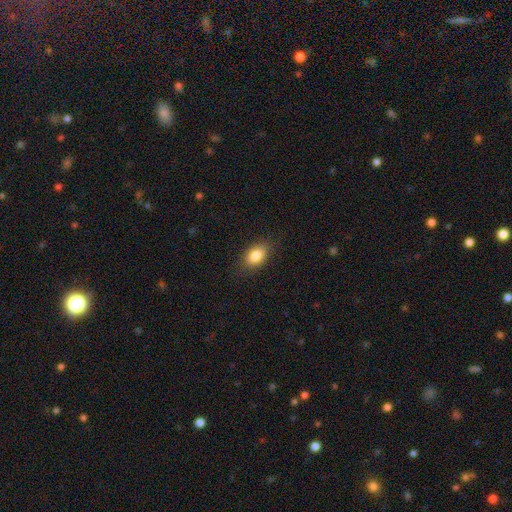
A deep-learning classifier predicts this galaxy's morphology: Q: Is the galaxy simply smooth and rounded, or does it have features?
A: smooth — 84%.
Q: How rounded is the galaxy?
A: in between — 84%.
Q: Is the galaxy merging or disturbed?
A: none — 84%.